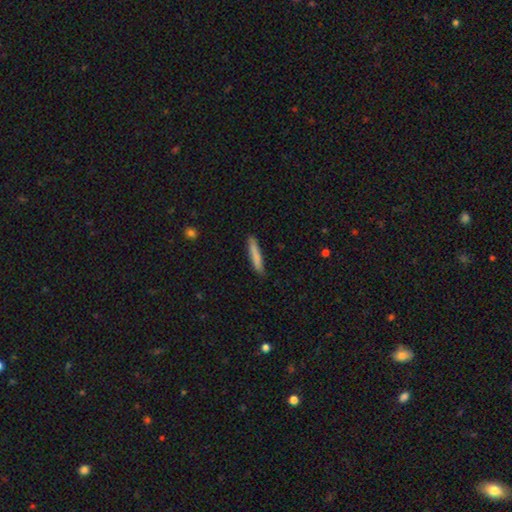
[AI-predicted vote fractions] Morphology: type=smooth (80%); roundness=cigar-shaped (93%); merging=none (87%).